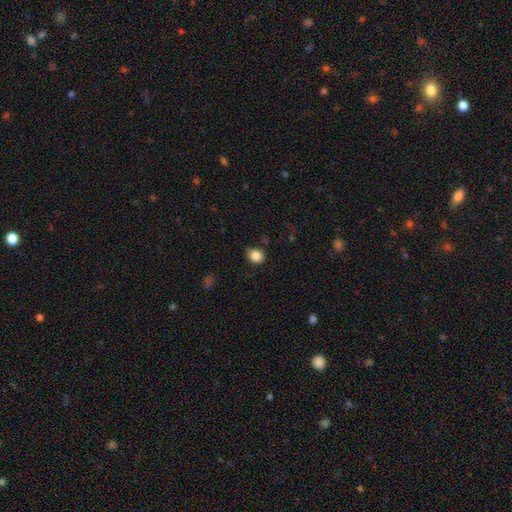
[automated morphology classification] A smooth galaxy with no disk features (86%) that is round (68%). Merging: none (76%).